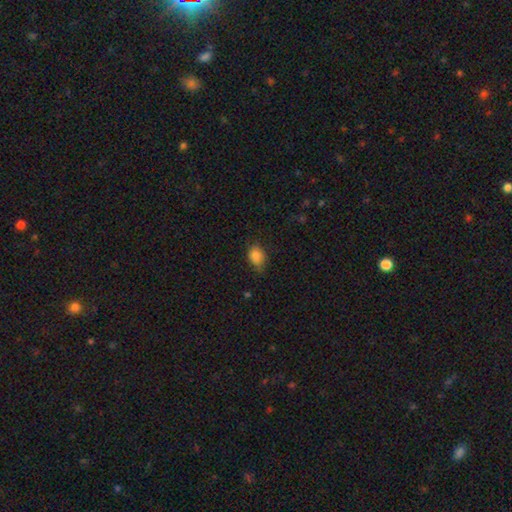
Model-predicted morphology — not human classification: Smooth or featured? Predicted: smooth (p=0.86). How rounded? Predicted: in between (p=0.70). Merging? Predicted: none (p=0.66).